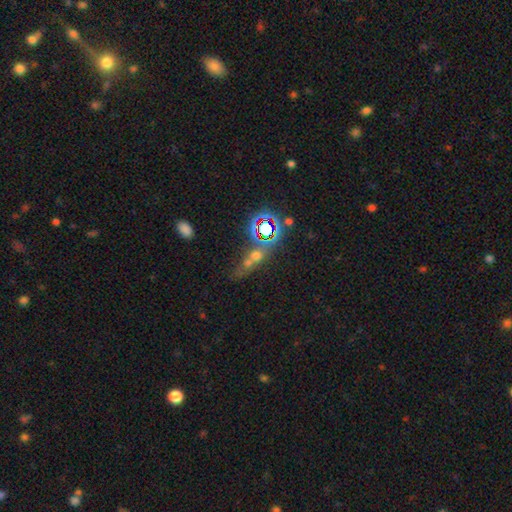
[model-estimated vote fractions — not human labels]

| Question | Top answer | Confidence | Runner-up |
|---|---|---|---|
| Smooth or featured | star or artifact | 45% | smooth (34%) |